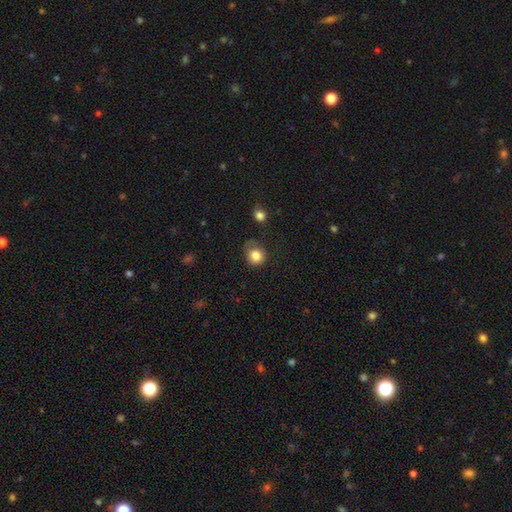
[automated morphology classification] Smooth or featured? smooth (83%)
How rounded? round (83%)
Merging? none (59%)